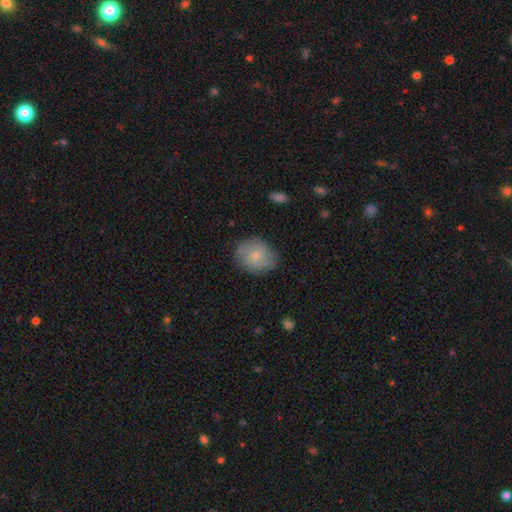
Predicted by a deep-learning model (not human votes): Morphology: type=smooth (64%); roundness=round (66%); merging=none (74%).